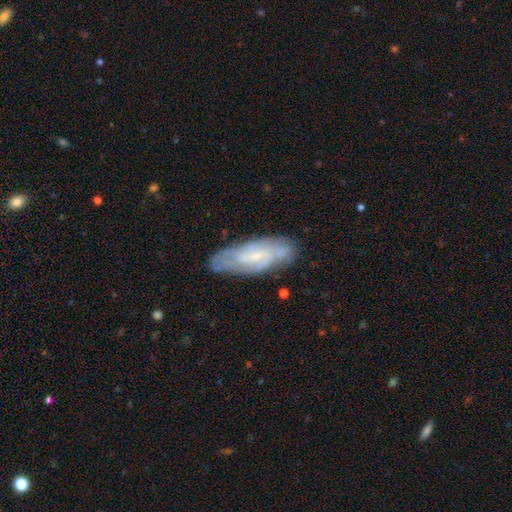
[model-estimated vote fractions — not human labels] The model was most divided on "bar": weak: 46%, no: 42%, strong: 12%. Remaining: spiral arms — yes (89%); edge-on disk — no (87%); merging — none (75%); smooth or featured — featured or disk (71%); bulge size — small (69%); spiral winding — tight (51%); spiral arm count — can't tell (43%).